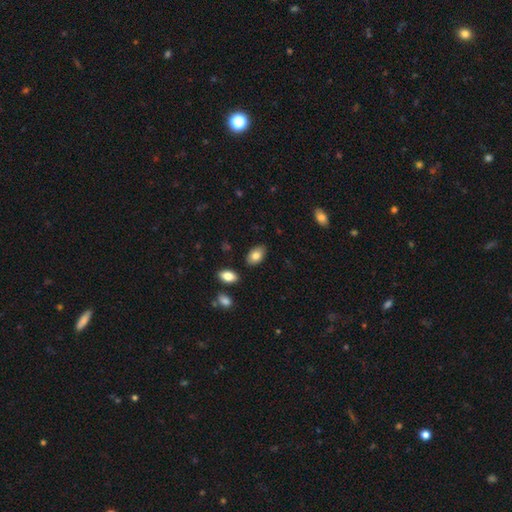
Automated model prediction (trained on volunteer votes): A smooth galaxy with no disk features (81%) that is in between round and cigar-shaped (92%). Merging: none (84%).